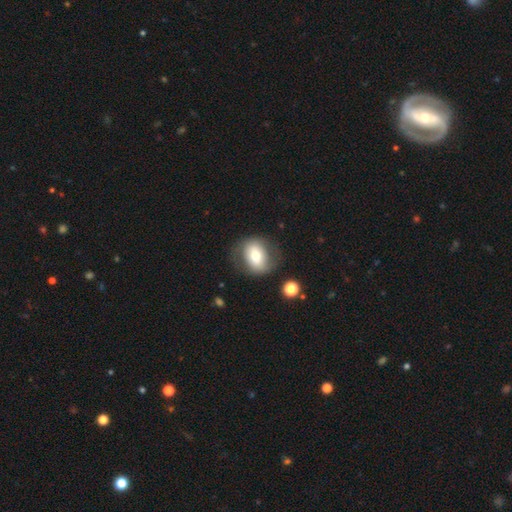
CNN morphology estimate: smooth-or-featured: smooth: 60% | featured or disk: 32% | star or artifact: 8%
  how-rounded: in between: 55% | round: 44% | cigar-shaped: 2%
  merging: none: 71% | minor disturbance: 17% | major disturbance: 9% | merger: 2%